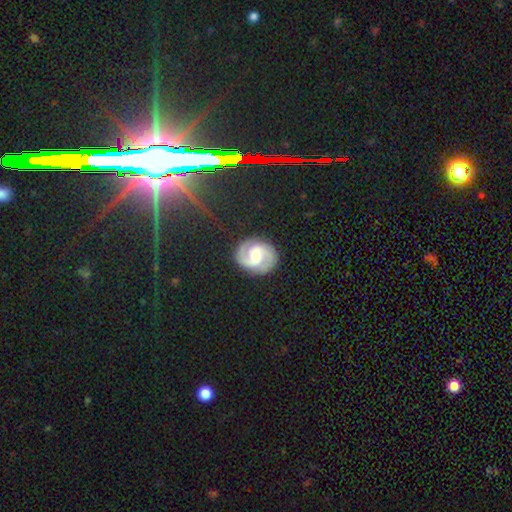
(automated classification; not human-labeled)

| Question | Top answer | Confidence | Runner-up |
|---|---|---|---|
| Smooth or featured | featured or disk | 84% | smooth (11%) |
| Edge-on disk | no | 98% | yes (2%) |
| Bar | weak | 52% | no (30%) |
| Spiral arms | yes | 97% | no (3%) |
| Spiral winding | medium | 51% | tight (36%) |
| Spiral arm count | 2 | 92% | can't tell (3%) |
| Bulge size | moderate | 52% | small (25%) |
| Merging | none | 86% | minor disturbance (10%) |